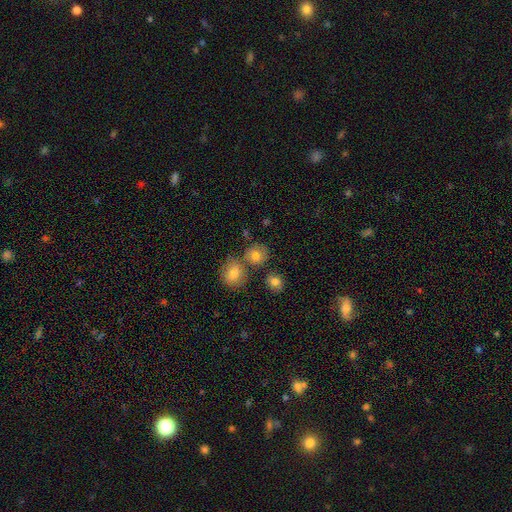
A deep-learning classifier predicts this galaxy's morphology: This appears to be a smooth galaxy with no disk features (77%) that is round (81%). Merging: none (61%).